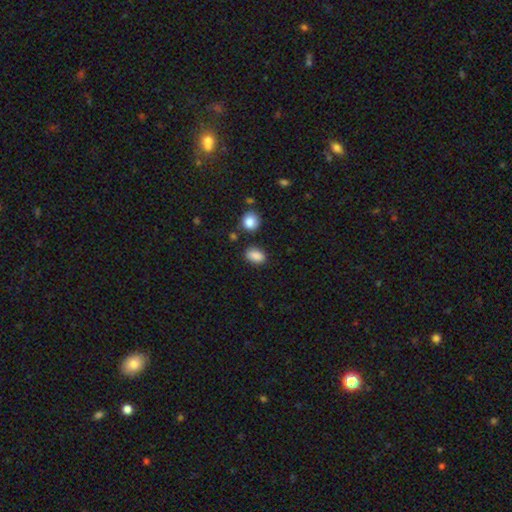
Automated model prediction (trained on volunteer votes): This is clearly a smooth galaxy (87%). How rounded: clearly in between (84%). Merging: likely none (80%).